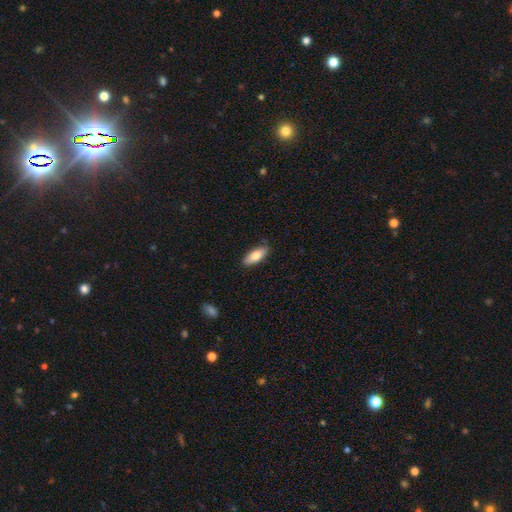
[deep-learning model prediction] Overall: smooth (75%). How rounded: in between (74%). Merging: none (85%).